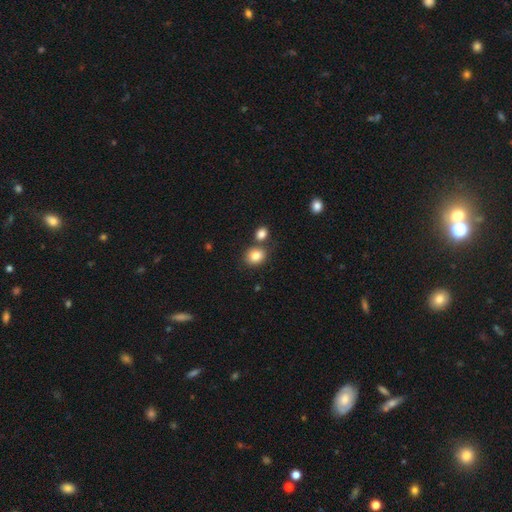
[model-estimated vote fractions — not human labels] Q: Smooth or featured?
A: smooth (83%); runner-up: star or artifact (10%)
Q: How rounded?
A: round (63%); runner-up: in between (36%)
Q: Merging?
A: none (66%); runner-up: merger (21%)